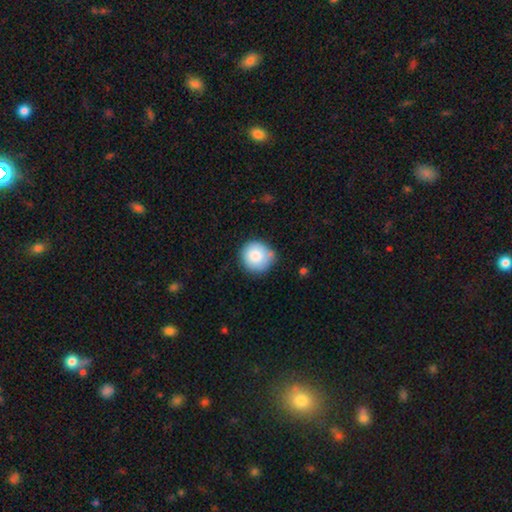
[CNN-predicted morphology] Smooth or featured? Predicted: smooth (p=0.82). How rounded? Predicted: round (p=0.92). Merging? Predicted: none (p=0.73).